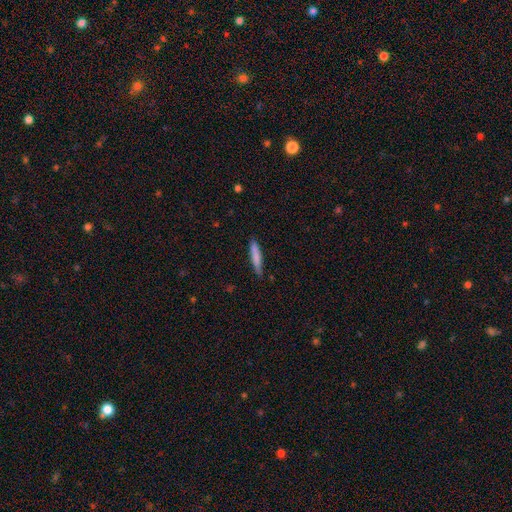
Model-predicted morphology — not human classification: type=smooth (76%); roundness=cigar-shaped (90%); merging=none (83%).